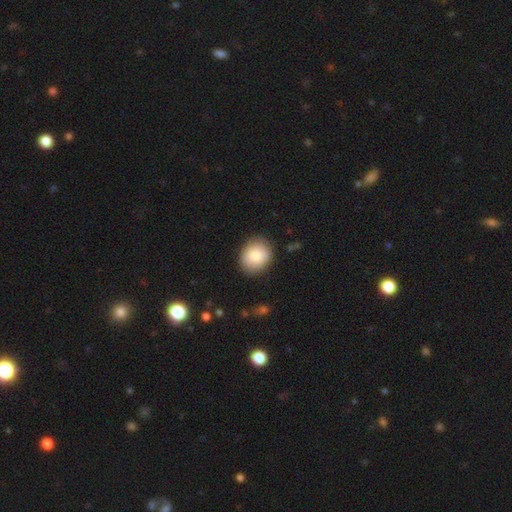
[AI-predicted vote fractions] smooth_or_featured: smooth (p=0.85) [alt: star or artifact p=0.07]
how_rounded: round (p=0.66) [alt: in between p=0.33]
merging: none (p=0.87) [alt: minor disturbance p=0.10]